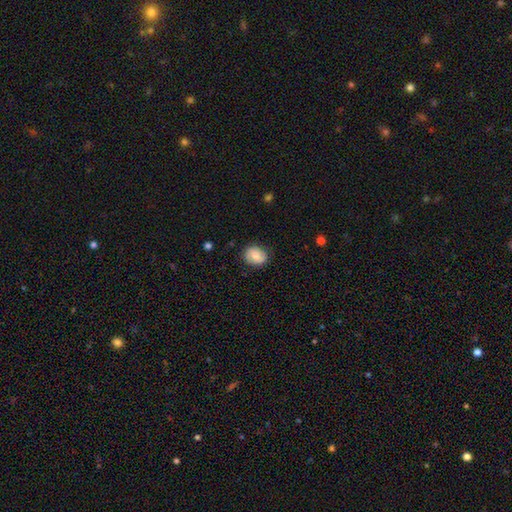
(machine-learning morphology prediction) This is likely a smooth galaxy (70%). How rounded: possibly round (50%). Merging: clearly none (81%).